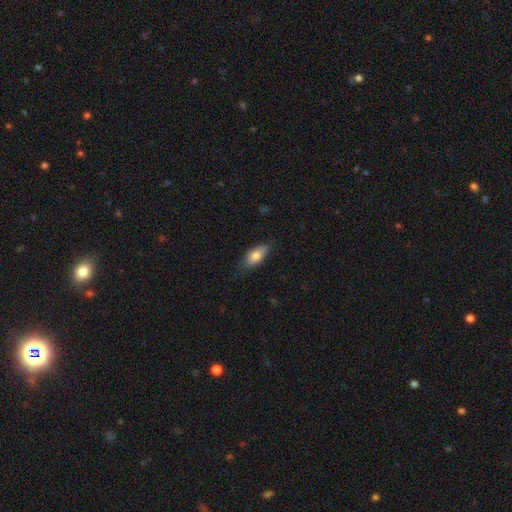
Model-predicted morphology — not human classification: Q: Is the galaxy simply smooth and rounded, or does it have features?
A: smooth — 78%.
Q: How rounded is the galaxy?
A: in between — 84%.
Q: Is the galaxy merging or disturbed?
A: none — 73%.